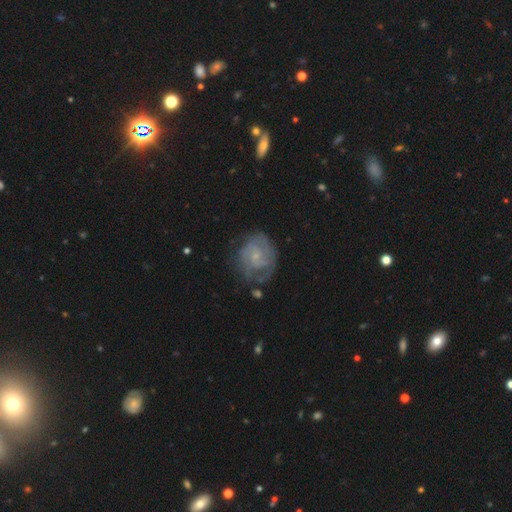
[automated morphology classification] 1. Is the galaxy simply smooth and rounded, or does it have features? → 71% featured or disk, 22% smooth, 7% star or artifact.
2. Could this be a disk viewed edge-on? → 98% no, 2% yes.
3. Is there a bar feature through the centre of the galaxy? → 65% no, 31% weak, 4% strong.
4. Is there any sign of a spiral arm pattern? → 86% yes, 14% no.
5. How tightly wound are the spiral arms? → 54% tight, 35% medium, 11% loose.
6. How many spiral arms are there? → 38% can't tell, 34% 2, 14% 3, 5% 1, 5% 4, 4% more than 4.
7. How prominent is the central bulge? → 74% small, 15% moderate, 9% none, 1% large, 1% dominant.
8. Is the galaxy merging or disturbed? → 59% none, 24% minor disturbance, 14% major disturbance, 3% merger.